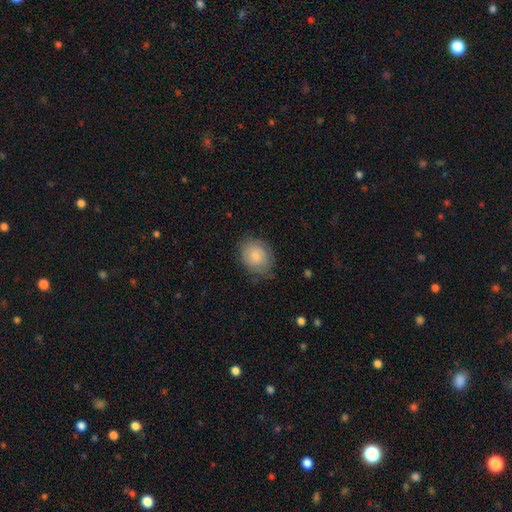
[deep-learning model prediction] The model was most divided on "how rounded": round: 50%, in between: 49%, cigar-shaped: 1%. More confident: smooth or featured — smooth (79%); merging — none (71%).